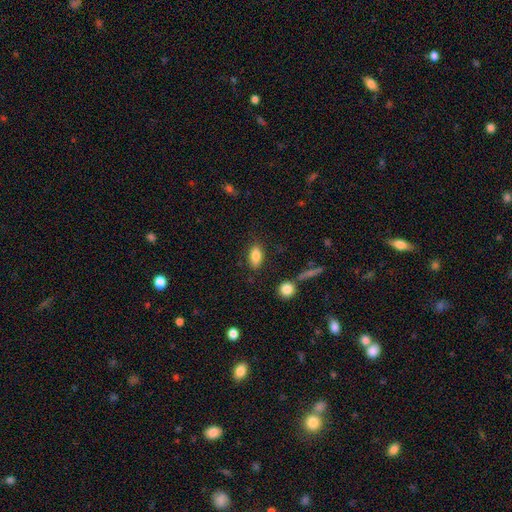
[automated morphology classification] smooth-or-featured: smooth: 82% | featured or disk: 10% | star or artifact: 8%
  how-rounded: in between: 86% | cigar-shaped: 8% | round: 6%
  merging: none: 81% | minor disturbance: 13% | major disturbance: 3% | merger: 3%